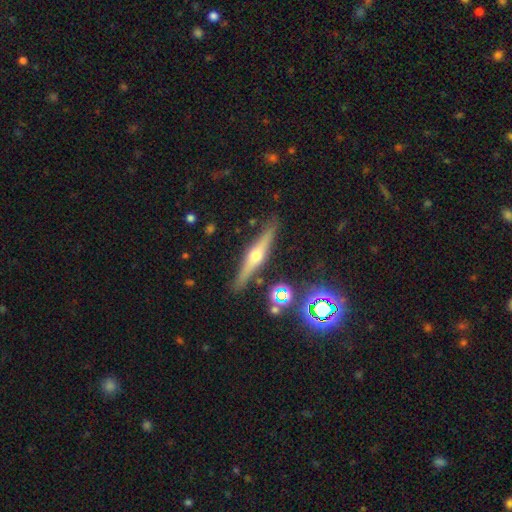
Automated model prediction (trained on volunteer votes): smooth-or-featured: featured or disk: 71% | smooth: 18% | star or artifact: 11%
  disk-edge-on: yes: 96% | no: 4%
    edge-on-bulge: rounded: 92% | none: 4% | boxy: 3%
  merging: none: 88% | minor disturbance: 8% | merger: 2% | major disturbance: 2%